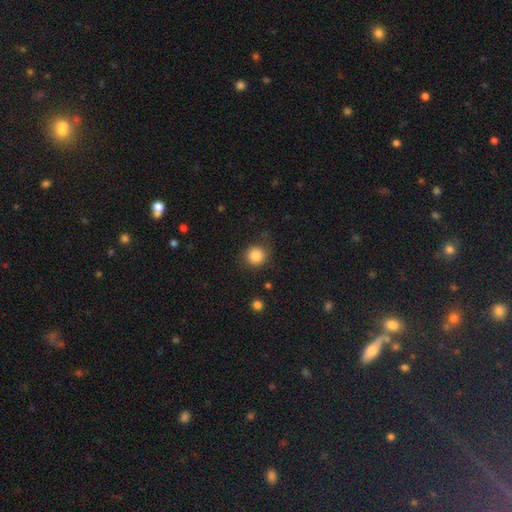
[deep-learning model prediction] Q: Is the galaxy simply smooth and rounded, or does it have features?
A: smooth — 85%.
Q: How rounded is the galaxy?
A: round — 90%.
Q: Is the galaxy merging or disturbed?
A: none — 81%.